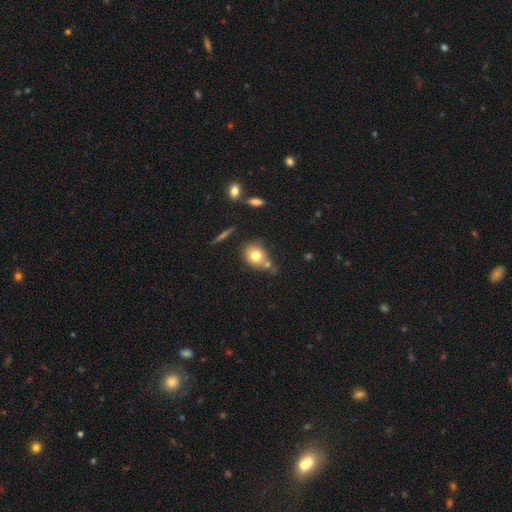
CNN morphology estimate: Smooth or featured? Predicted: smooth (p=0.75). How rounded? Predicted: round (p=0.67). Merging? Predicted: none (p=0.54).